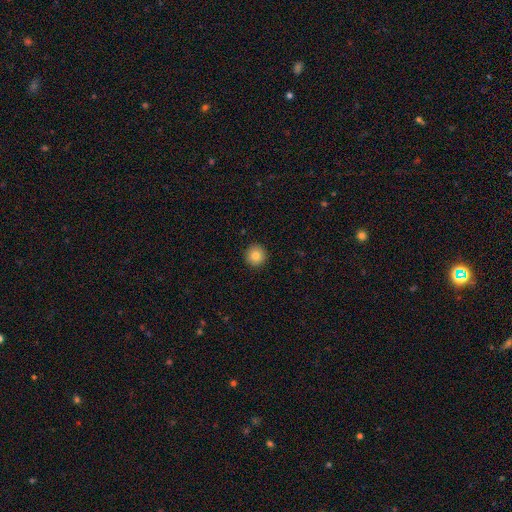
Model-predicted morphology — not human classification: A smooth galaxy with no disk features (83%) that is round (95%).

Vote fractions:
- Smooth or featured? smooth: 83% / star or artifact: 10% / featured or disk: 8%
- How rounded? round: 95% / in between: 4% / cigar-shaped: 1%
- Merging? none: 93% / minor disturbance: 4% / major disturbance: 1% / merger: 1%